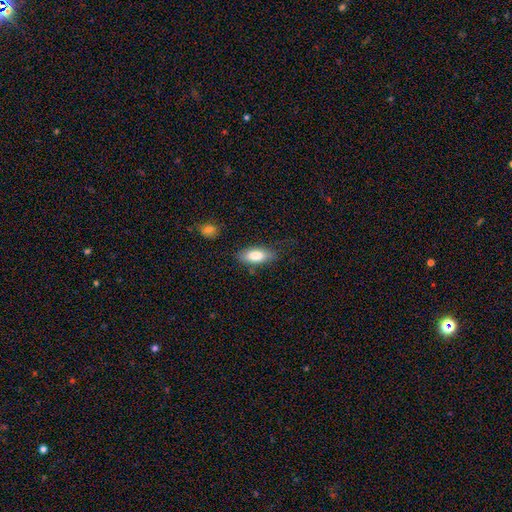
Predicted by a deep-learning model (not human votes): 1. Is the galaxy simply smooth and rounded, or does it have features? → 82% smooth, 12% featured or disk, 6% star or artifact.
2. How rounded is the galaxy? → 83% in between, 14% cigar-shaped, 2% round.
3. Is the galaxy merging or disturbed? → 74% none, 18% minor disturbance, 5% major disturbance, 3% merger.